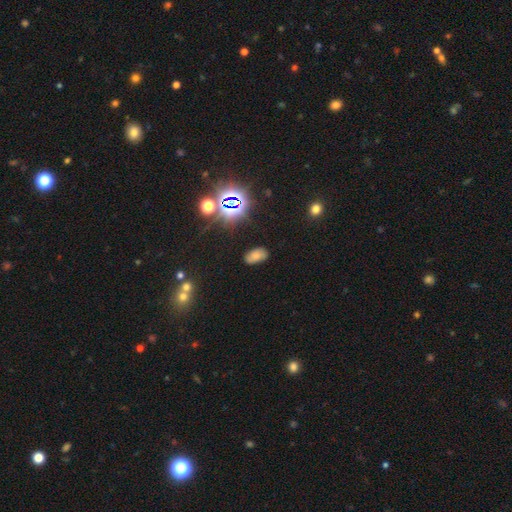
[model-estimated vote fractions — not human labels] A smooth galaxy with no disk features (60%) that is in between round and cigar-shaped (93%). Merging: none (81%).